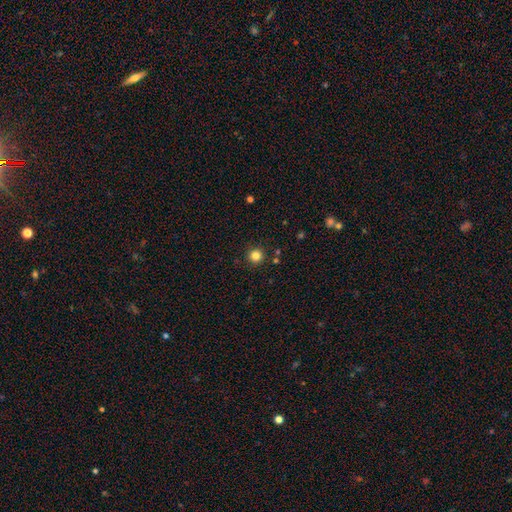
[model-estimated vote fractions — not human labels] smooth_or_featured: smooth (p=0.83) [alt: star or artifact p=0.13]
how_rounded: round (p=0.96) [alt: in between p=0.04]
merging: none (p=0.91) [alt: minor disturbance p=0.05]